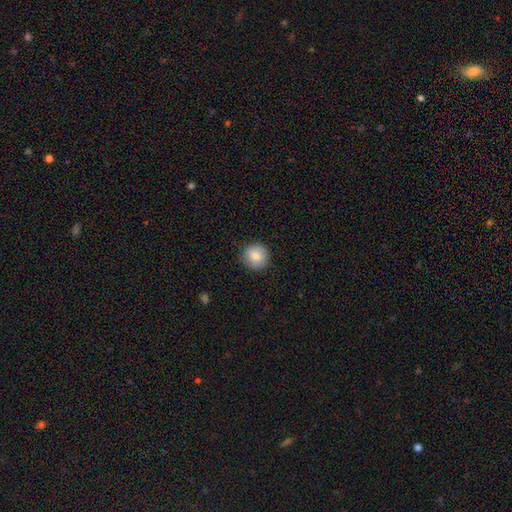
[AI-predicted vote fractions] Smooth or featured: smooth — 83% (featured or disk — 9%)
How rounded: round — 92% (in between — 7%)
Merging: none — 88% (minor disturbance — 9%)